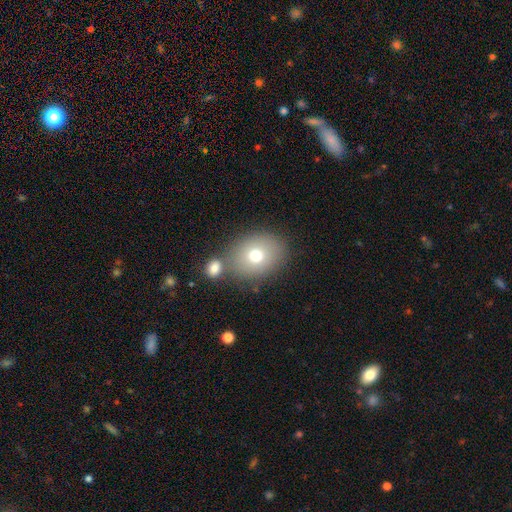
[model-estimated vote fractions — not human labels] Smooth or featured?
  - smooth: 73% *
  - featured or disk: 17%
  - star or artifact: 11%
How rounded?
  - in between: 56% *
  - round: 43%
  - cigar-shaped: 1%
Merging?
  - none: 65% *
  - merger: 20%
  - minor disturbance: 12%
  - major disturbance: 4%